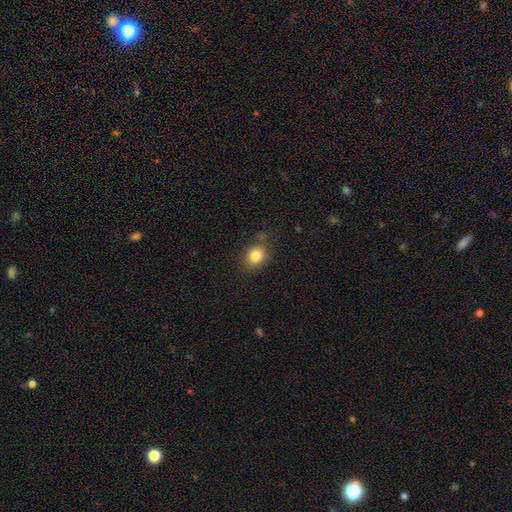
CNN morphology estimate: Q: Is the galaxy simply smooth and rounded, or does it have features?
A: smooth — 83%.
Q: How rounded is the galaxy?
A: in between — 58%.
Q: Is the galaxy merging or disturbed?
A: none — 77%.